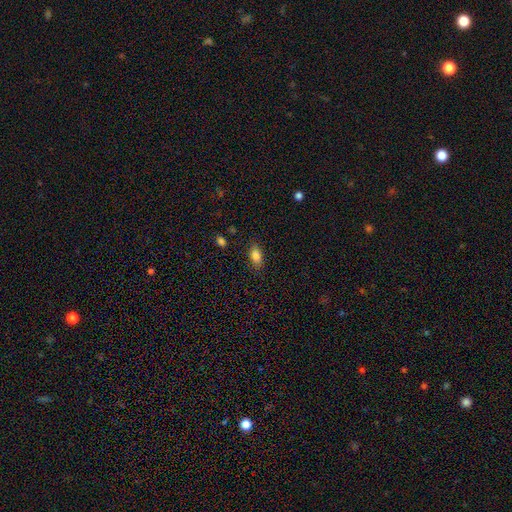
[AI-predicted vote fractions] Q: Smooth or featured?
A: smooth (84%); runner-up: star or artifact (10%)
Q: How rounded?
A: in between (86%); runner-up: round (8%)
Q: Merging?
A: none (83%); runner-up: minor disturbance (12%)